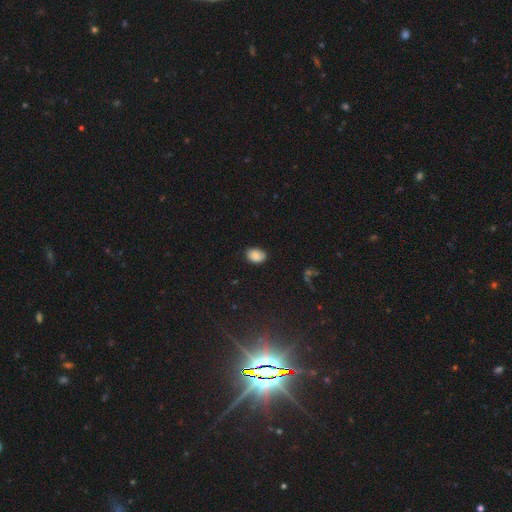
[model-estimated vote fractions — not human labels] Morphology: type=smooth (86%); roundness=in between (81%); merging=none (78%).